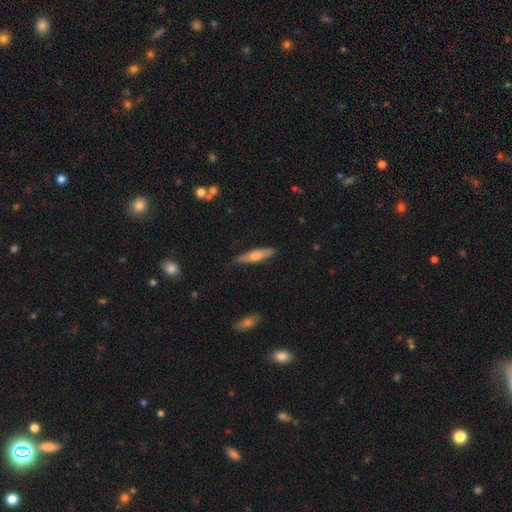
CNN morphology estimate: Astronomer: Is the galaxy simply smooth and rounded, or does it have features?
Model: smooth — 50% (runner-up: featured or disk, 44%).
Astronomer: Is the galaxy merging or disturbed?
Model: none — 83%.